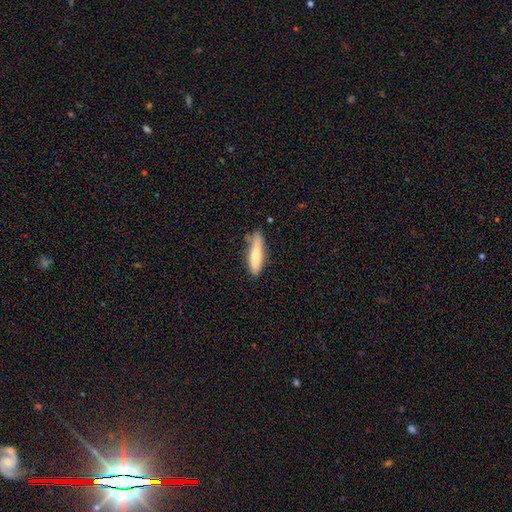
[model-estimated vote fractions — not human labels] Morphology: type=smooth (73%); roundness=cigar-shaped (76%); merging=none (67%).